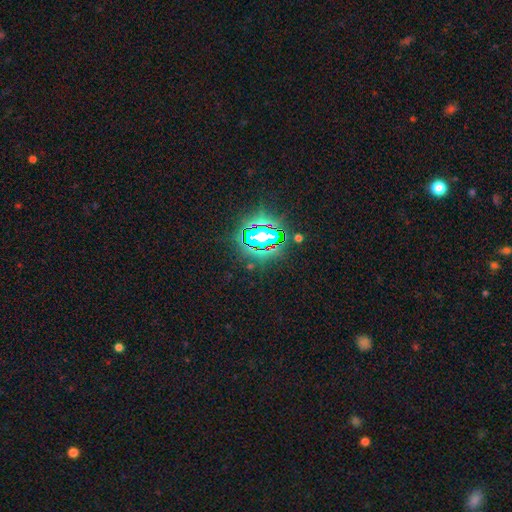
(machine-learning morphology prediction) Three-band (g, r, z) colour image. It shows a star or artifact, not a galaxy (82%).